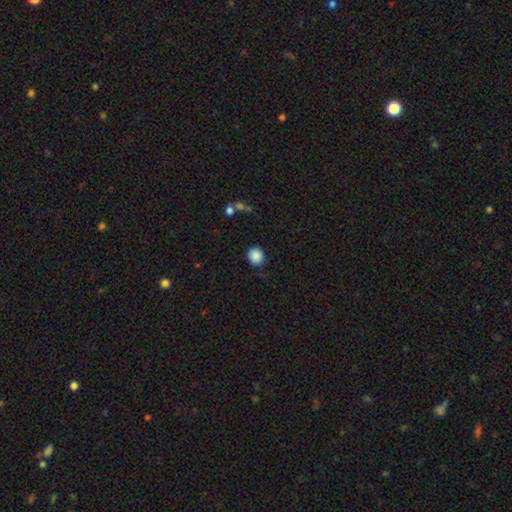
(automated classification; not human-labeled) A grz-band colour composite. It shows a smooth galaxy with no disk features (87%) that is round (85%). Merging: none (81%).